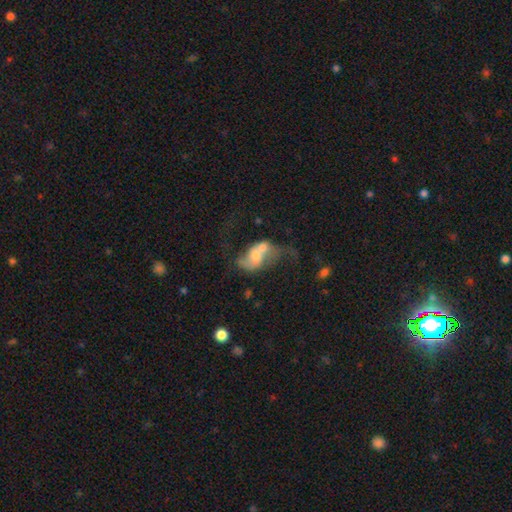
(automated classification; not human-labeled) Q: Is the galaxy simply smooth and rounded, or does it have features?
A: featured or disk — 67%.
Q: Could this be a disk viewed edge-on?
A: no — 96%.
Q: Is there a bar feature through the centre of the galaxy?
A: no — 59%.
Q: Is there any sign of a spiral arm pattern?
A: yes — 78%.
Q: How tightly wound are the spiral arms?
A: loose — 77%.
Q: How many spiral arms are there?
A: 2 — 84%.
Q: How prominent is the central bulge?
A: moderate — 45%.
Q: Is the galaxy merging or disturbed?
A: merger — 51%.